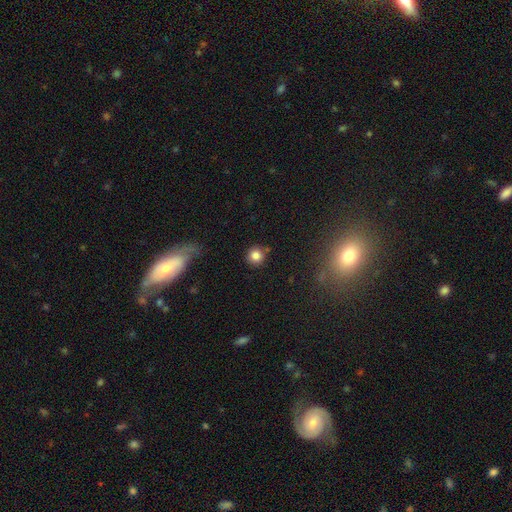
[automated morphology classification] smooth-or-featured: smooth: 81% | star or artifact: 12% | featured or disk: 7%
  how-rounded: round: 93% | in between: 6% | cigar-shaped: 1%
  merging: none: 84% | minor disturbance: 8% | merger: 5% | major disturbance: 3%